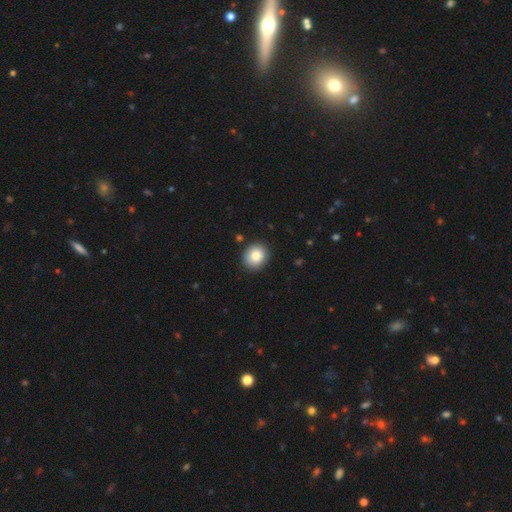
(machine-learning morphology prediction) Overall: smooth (84%). How rounded: round (77%). Merging: none (89%).